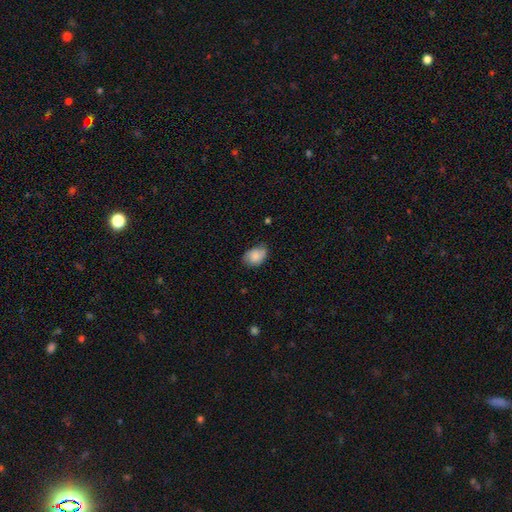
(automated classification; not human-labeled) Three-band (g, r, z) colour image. It shows a smooth galaxy with no disk features (83%) that is in between round and cigar-shaped (84%). Merging: none (69%).